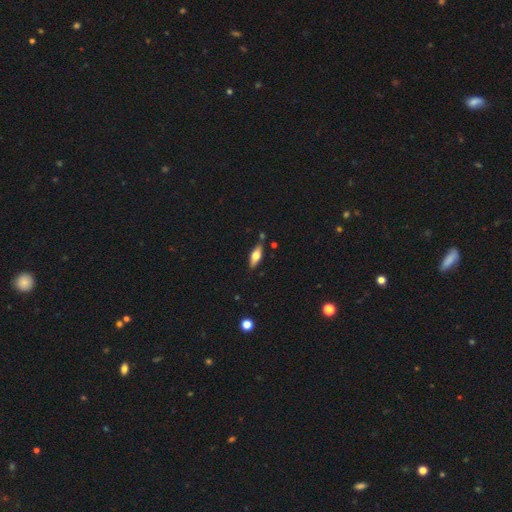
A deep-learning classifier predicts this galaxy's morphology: This appears to be a smooth galaxy with no disk features (55%) that is in between round and cigar-shaped (63%). Merging: none (81%).